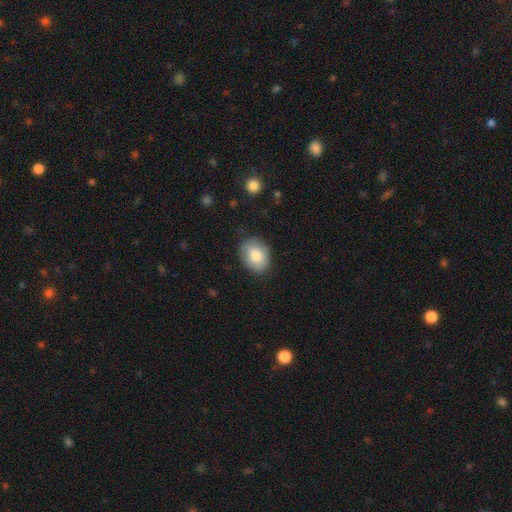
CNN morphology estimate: The model was most divided on "how rounded": in between: 65%, round: 34%, cigar-shaped: 1%. More confident: smooth or featured — smooth (81%); merging — none (79%).